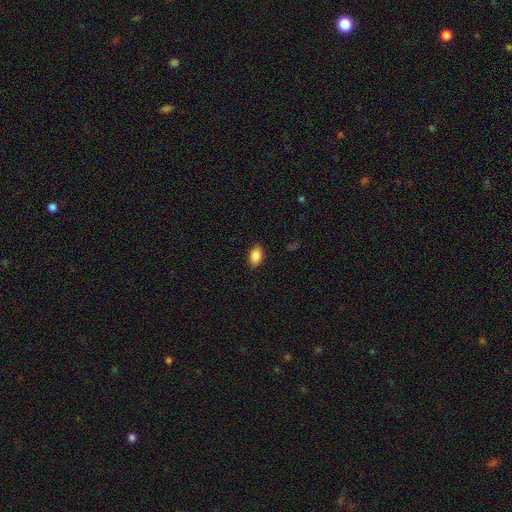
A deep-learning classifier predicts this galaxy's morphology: Smooth or featured: smooth — 87% (star or artifact — 8%)
How rounded: in between — 90% (round — 8%)
Merging: none — 86% (minor disturbance — 11%)